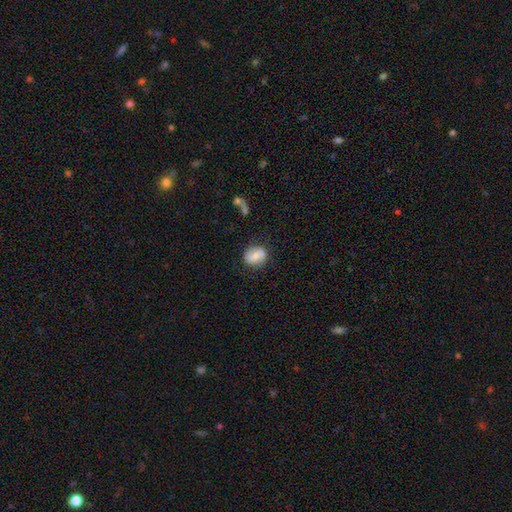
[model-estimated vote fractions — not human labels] smooth 54%, featured or disk 39%, star or artifact 8%. Down the decision tree: how rounded — round (55%); merging — none (78%).